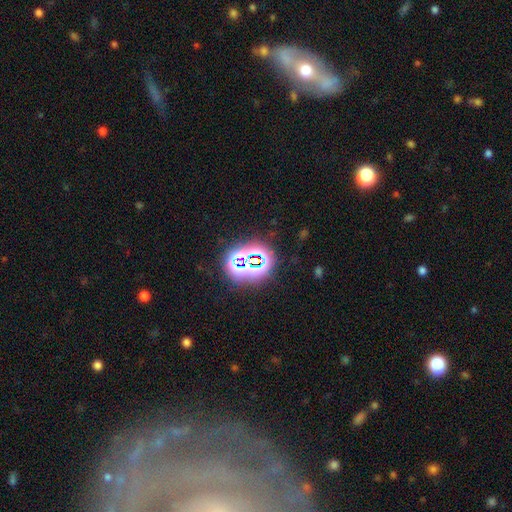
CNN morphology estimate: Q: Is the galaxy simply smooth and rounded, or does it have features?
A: star or artifact — 72%.